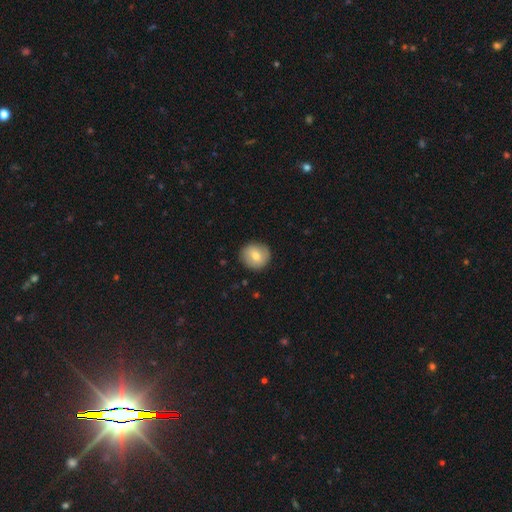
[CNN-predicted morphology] The model was most divided on "smooth or featured": smooth: 71%, featured or disk: 22%, star or artifact: 8%. More confident: how rounded — round (89%); merging — none (87%).